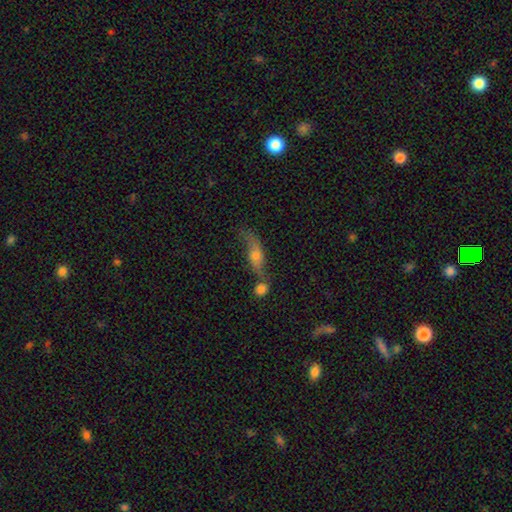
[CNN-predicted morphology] This appears to be a featured or disk galaxy (50%). Merging: none (39%).